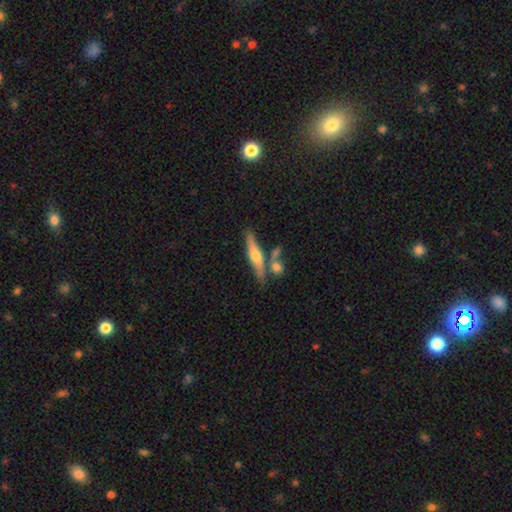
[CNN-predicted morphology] A featured or disk galaxy (53%) viewed edge-on (91%). Merging: none (67%).